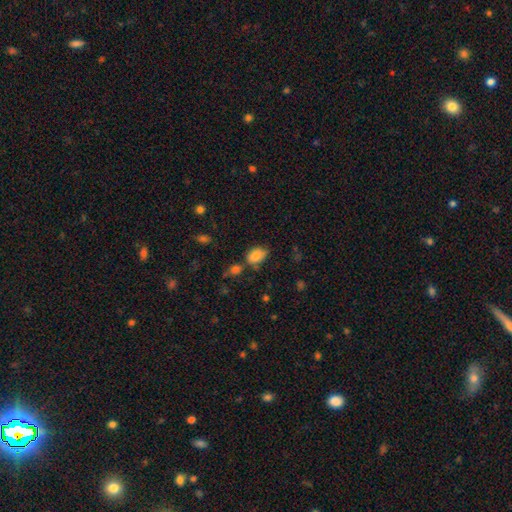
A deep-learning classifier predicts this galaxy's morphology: This is clearly a smooth galaxy (82%). How rounded: clearly in between (81%). Merging: possibly none (58%).